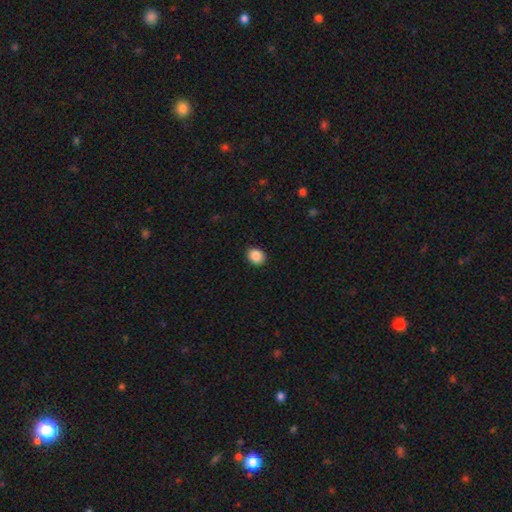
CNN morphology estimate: This is clearly a smooth galaxy (88%). How rounded: possibly round (57%). Merging: clearly none (91%).